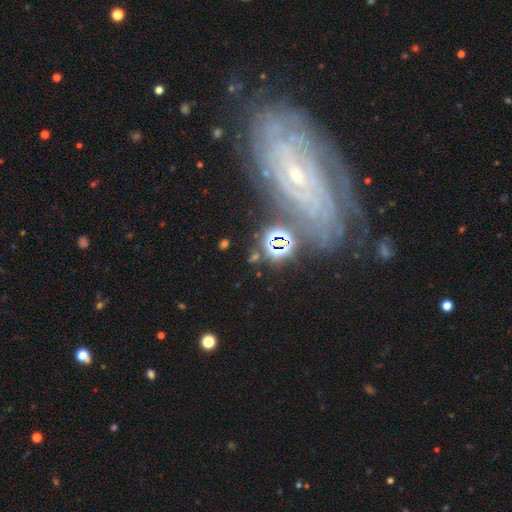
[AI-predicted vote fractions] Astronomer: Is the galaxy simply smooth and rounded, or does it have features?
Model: featured or disk — 56%.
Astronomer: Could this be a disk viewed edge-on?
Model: no — 92%.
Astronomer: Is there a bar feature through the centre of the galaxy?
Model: no — 43% (runner-up: weak, 32%).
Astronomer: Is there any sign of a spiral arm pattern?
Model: yes — 90%.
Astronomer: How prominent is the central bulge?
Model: small — 58%.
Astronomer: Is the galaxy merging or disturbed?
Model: none — 76%.